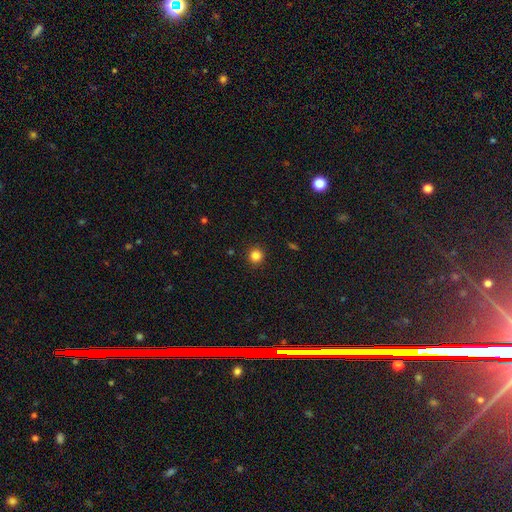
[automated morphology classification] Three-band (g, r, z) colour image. It shows a smooth galaxy with no disk features (84%) that is round (95%). Merging: none (93%).